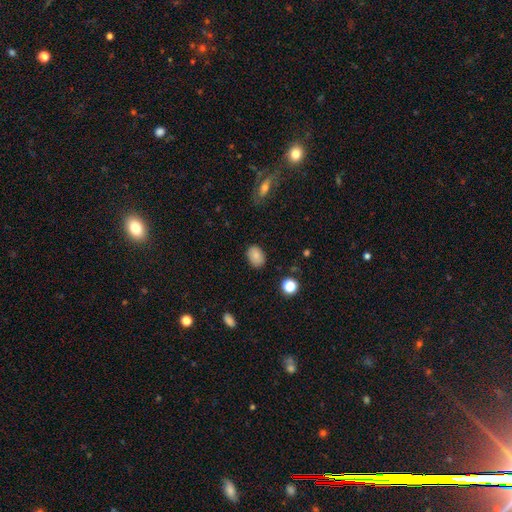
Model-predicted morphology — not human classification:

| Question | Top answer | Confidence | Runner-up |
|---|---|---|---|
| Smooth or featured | smooth | 83% | star or artifact (10%) |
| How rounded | in between | 77% | round (22%) |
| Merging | none | 84% | minor disturbance (12%) |